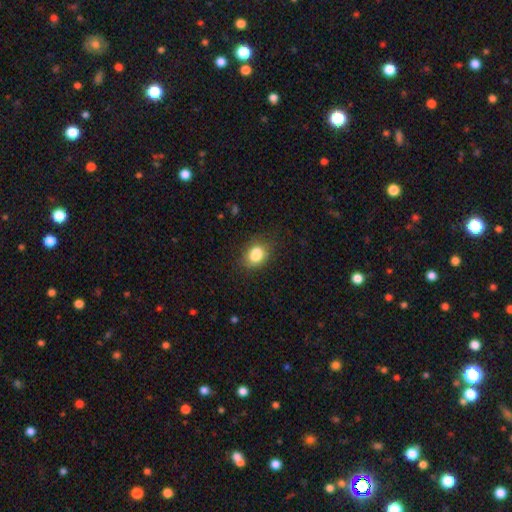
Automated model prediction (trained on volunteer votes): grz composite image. It shows a smooth galaxy with no disk features (84%) that is in between round and cigar-shaped (59%). Merging: none (70%).